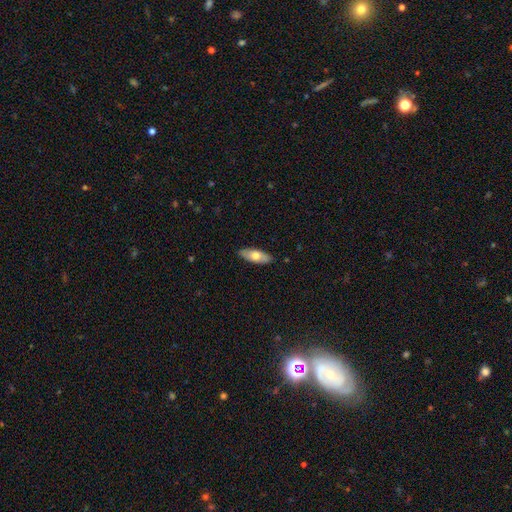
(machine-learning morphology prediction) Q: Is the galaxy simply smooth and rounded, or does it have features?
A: smooth — 65%.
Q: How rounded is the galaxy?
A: in between — 75%.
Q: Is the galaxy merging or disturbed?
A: none — 88%.